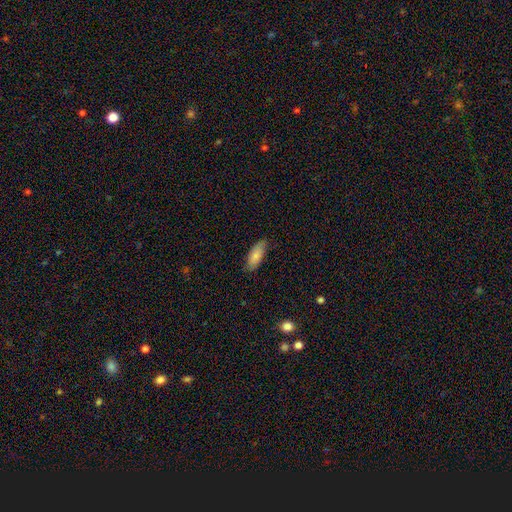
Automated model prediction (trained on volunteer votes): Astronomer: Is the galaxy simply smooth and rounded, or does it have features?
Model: smooth — 81%.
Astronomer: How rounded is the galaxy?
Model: in between — 81%.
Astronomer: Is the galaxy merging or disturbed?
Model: none — 79%.